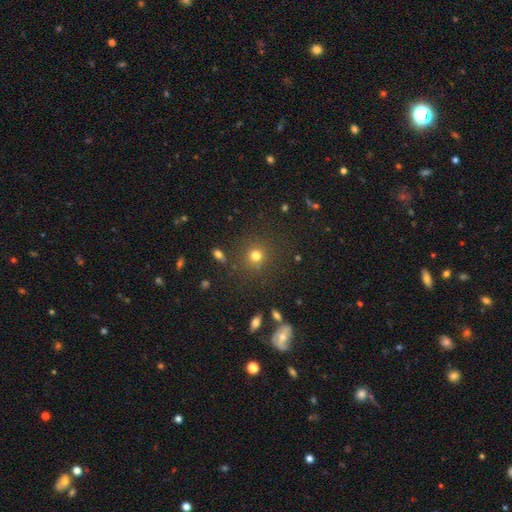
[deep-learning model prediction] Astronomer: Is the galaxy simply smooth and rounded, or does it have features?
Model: smooth — 75%.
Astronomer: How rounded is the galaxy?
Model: round — 90%.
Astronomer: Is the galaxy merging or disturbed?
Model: none — 83%.